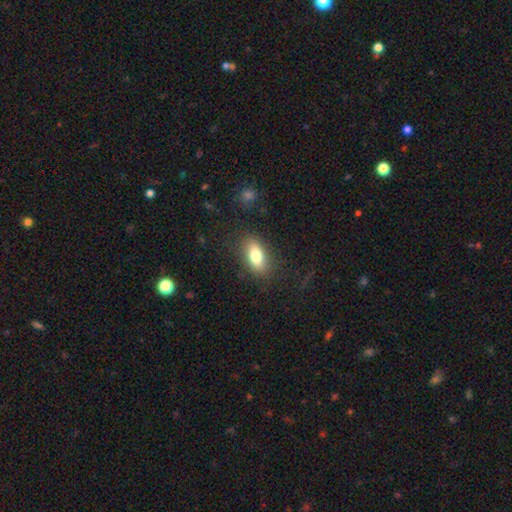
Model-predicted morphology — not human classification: smooth 78%, featured or disk 14%, star or artifact 8%. Down the decision tree: how rounded — in between (85%); merging — none (82%).